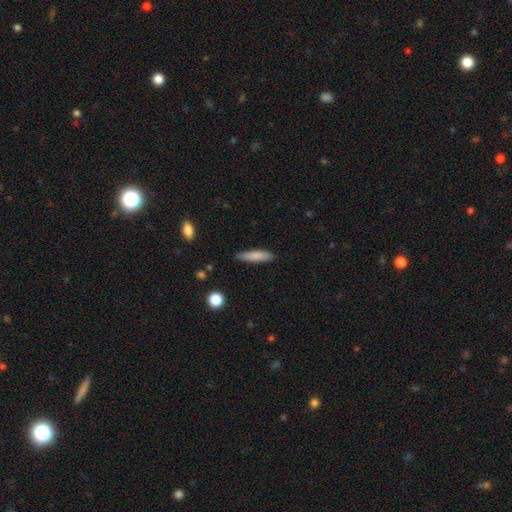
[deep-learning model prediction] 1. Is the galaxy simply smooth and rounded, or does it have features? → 81% smooth, 12% featured or disk, 7% star or artifact.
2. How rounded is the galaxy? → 76% cigar-shaped, 23% in between, 2% round.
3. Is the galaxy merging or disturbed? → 82% none, 14% minor disturbance, 2% major disturbance, 1% merger.